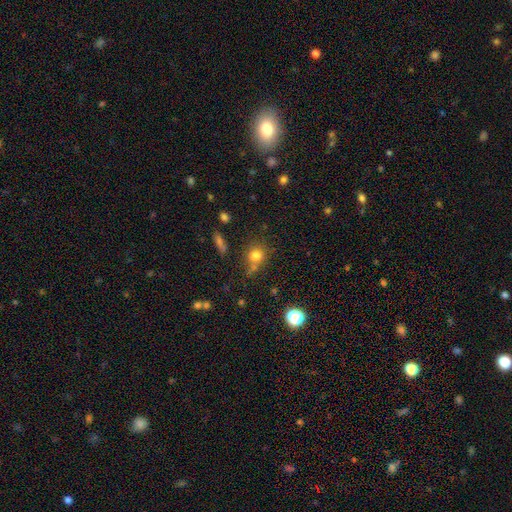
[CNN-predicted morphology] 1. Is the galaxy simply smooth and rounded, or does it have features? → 78% smooth, 14% star or artifact, 8% featured or disk.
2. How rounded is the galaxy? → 85% round, 14% in between, 1% cigar-shaped.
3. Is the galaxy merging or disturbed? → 63% none, 19% merger, 13% minor disturbance, 5% major disturbance.